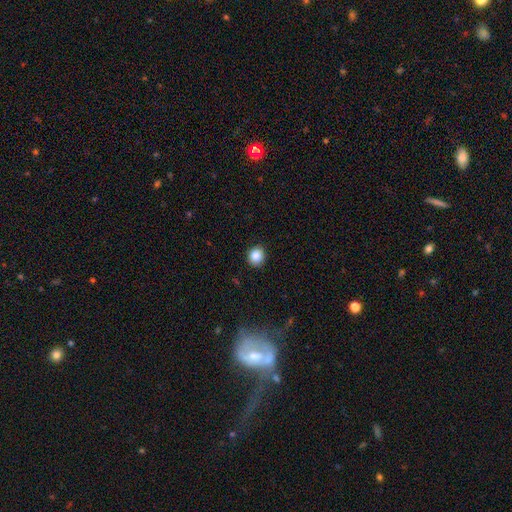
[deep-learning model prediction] smooth-or-featured: smooth: 84% | star or artifact: 10% | featured or disk: 5%
  how-rounded: round: 85% | in between: 14% | cigar-shaped: 1%
  merging: none: 90% | minor disturbance: 7% | major disturbance: 2% | merger: 1%